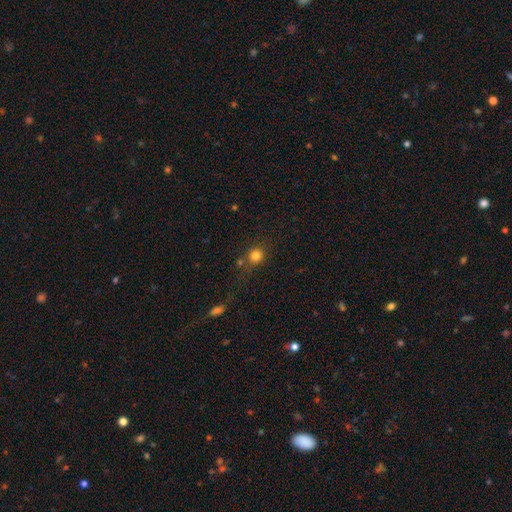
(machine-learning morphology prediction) A smooth galaxy with no disk features (80%) that is round (87%).

Vote fractions:
- Smooth or featured? smooth: 80% / star or artifact: 14% / featured or disk: 7%
- How rounded? round: 87% / in between: 12% / cigar-shaped: 1%
- Merging? none: 67% / merger: 15% / minor disturbance: 12% / major disturbance: 6%